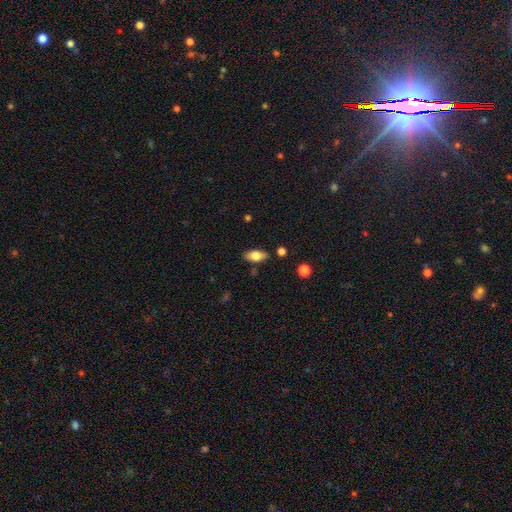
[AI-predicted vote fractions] Overall: smooth (78%). How rounded: in between (88%). Merging: none (83%).